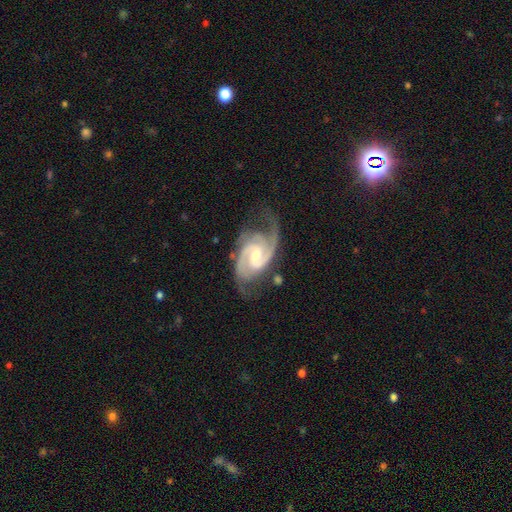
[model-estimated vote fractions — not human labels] Q: Smooth or featured?
A: featured or disk (93%); runner-up: star or artifact (4%)
Q: Edge-on disk?
A: no (98%); runner-up: yes (2%)
Q: Bar?
A: weak (57%); runner-up: no (28%)
Q: Spiral arms?
A: yes (98%); runner-up: no (2%)
Q: Spiral winding?
A: medium (55%); runner-up: tight (33%)
Q: Spiral arm count?
A: 2 (78%); runner-up: 3 (11%)
Q: Bulge size?
A: moderate (52%); runner-up: small (38%)
Q: Merging?
A: none (65%); runner-up: minor disturbance (21%)